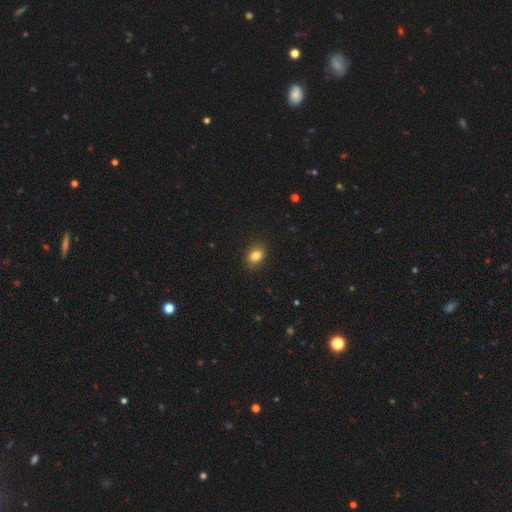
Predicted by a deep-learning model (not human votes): Smooth or featured? smooth (83%)
How rounded? in between (68%)
Merging? none (86%)